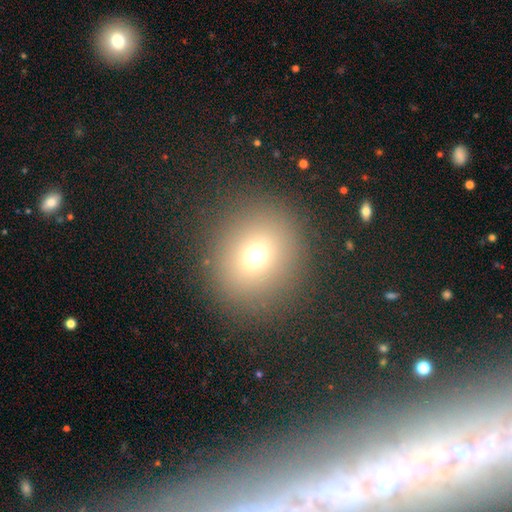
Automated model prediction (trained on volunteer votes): Smooth or featured: smooth — 70% (star or artifact — 20%)
How rounded: round — 82% (in between — 17%)
Merging: none — 88% (minor disturbance — 6%)